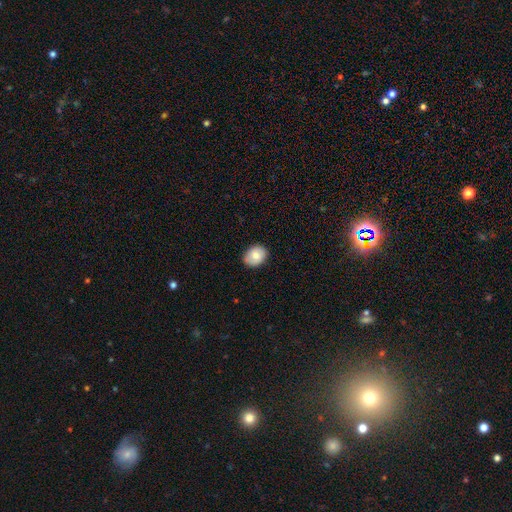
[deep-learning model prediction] Smooth or featured: smooth — 78% (featured or disk — 15%)
How rounded: in between — 57% (round — 42%)
Merging: none — 85% (minor disturbance — 12%)